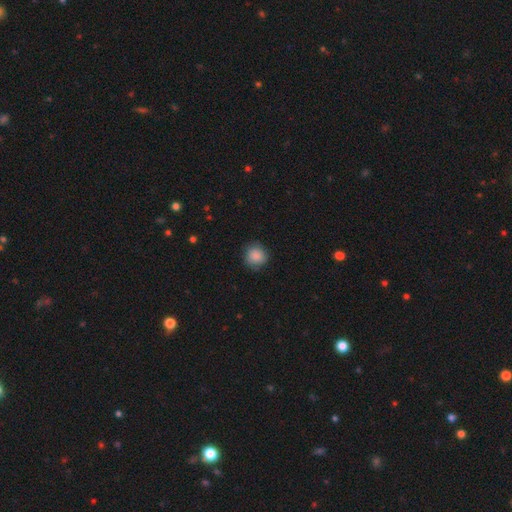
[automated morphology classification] Smooth or featured?
  - smooth: 88% *
  - star or artifact: 8%
  - featured or disk: 4%
How rounded?
  - round: 91% *
  - in between: 8%
  - cigar-shaped: 1%
Merging?
  - none: 85% *
  - minor disturbance: 11%
  - major disturbance: 3%
  - merger: 1%